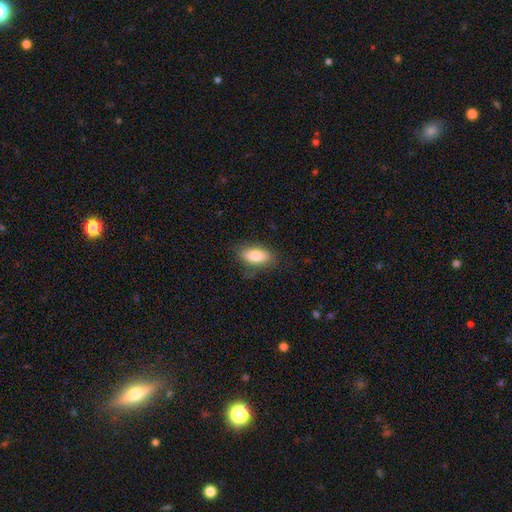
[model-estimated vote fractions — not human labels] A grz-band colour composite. It shows a smooth galaxy with no disk features (78%) that is in between round and cigar-shaped (89%). Merging: none (76%).